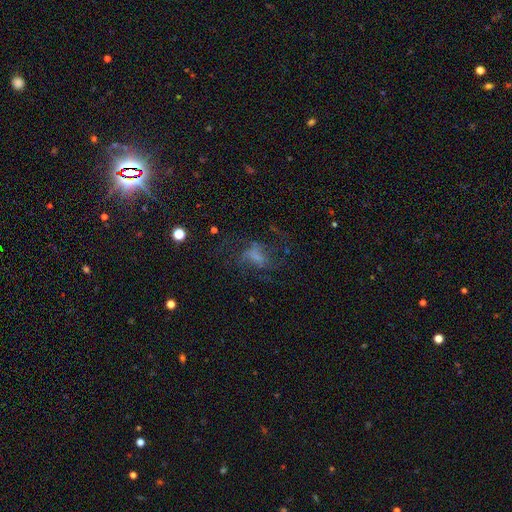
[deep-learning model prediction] Smooth or featured: featured or disk — 53% (smooth — 28%)
Edge-on disk: no — 97% (yes — 3%)
Bar: no — 58% (weak — 32%)
Spiral arms: yes — 60% (no — 40%)
Bulge size: none — 52% (small — 21%)
Merging: none — 43% (major disturbance — 38%)